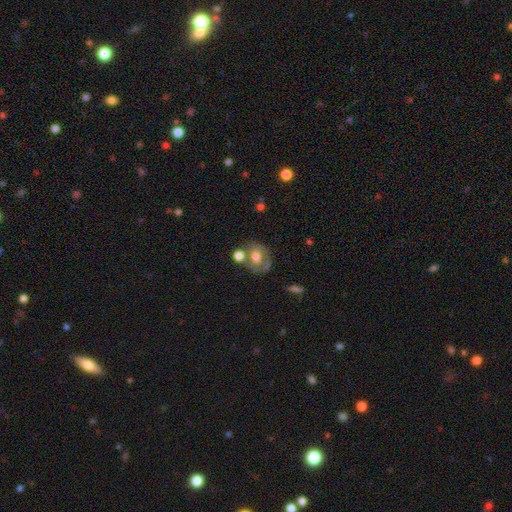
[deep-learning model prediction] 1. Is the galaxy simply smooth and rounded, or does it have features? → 50% smooth, 41% featured or disk, 9% star or artifact.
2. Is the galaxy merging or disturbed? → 49% none, 26% merger, 17% minor disturbance, 8% major disturbance.